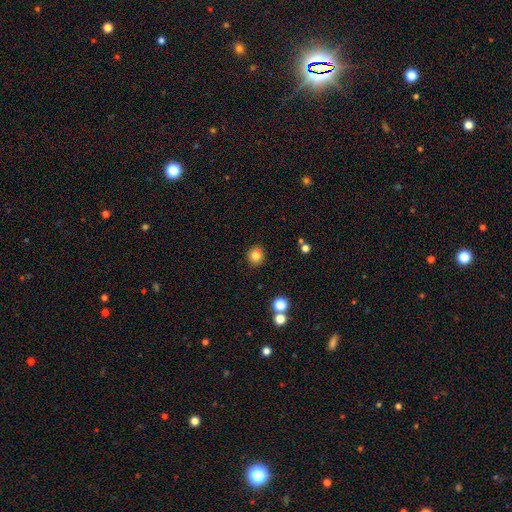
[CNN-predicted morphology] smooth-or-featured: smooth: 81% | star or artifact: 12% | featured or disk: 7%
  how-rounded: round: 88% | in between: 11% | cigar-shaped: 1%
  merging: none: 88% | minor disturbance: 7% | merger: 2% | major disturbance: 2%